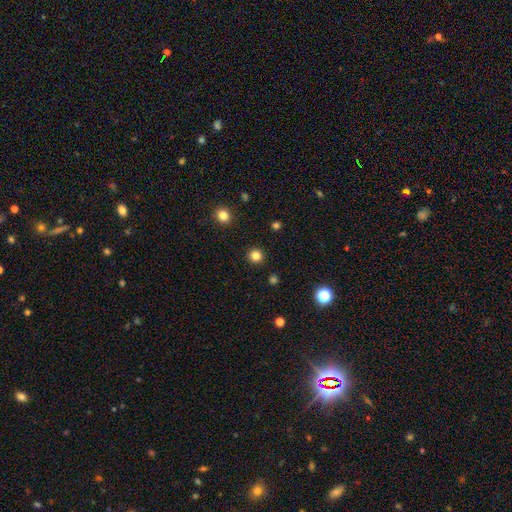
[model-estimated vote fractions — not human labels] This appears to be a smooth galaxy with no disk features (83%) that is round (95%). Merging: none (93%).